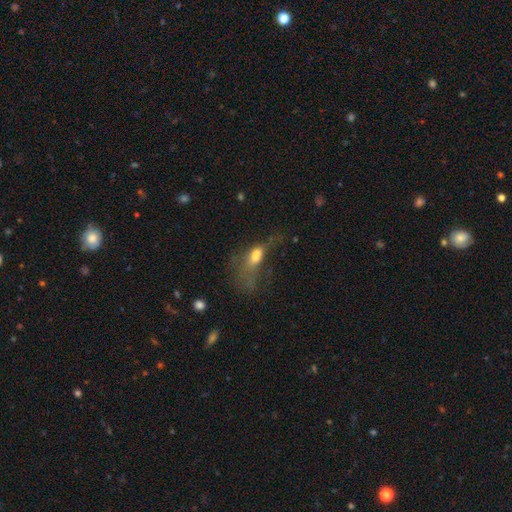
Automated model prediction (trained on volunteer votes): A smooth galaxy with no disk features (58%) that is in between round and cigar-shaped (72%).

Vote fractions:
- Smooth or featured? smooth: 58% / featured or disk: 29% / star or artifact: 13%
- How rounded? in between: 72% / cigar-shaped: 21% / round: 7%
- Merging? major disturbance: 55% / none: 23% / minor disturbance: 18% / merger: 5%